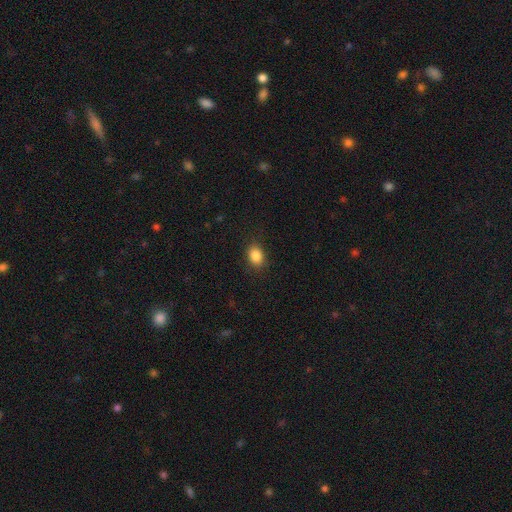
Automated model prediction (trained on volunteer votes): smooth_or_featured: smooth (p=0.86) [alt: star or artifact p=0.09]
how_rounded: in between (p=0.64) [alt: round p=0.35]
merging: none (p=0.86) [alt: minor disturbance p=0.10]